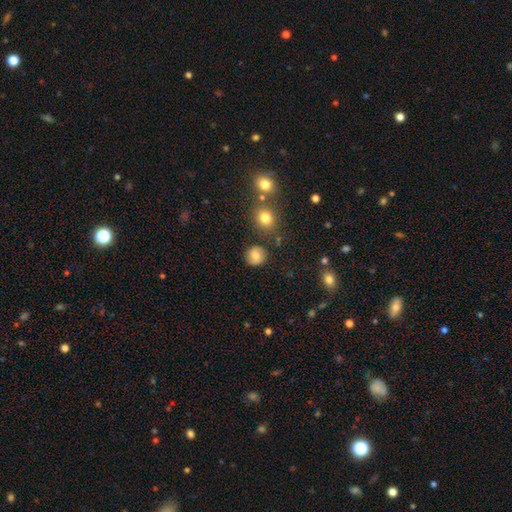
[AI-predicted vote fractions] A smooth galaxy with no disk features (80%) that is round (90%).

Vote fractions:
- Smooth or featured? smooth: 80% / star or artifact: 11% / featured or disk: 10%
- How rounded? round: 90% / in between: 9% / cigar-shaped: 1%
- Merging? none: 85% / minor disturbance: 10% / major disturbance: 3% / merger: 3%